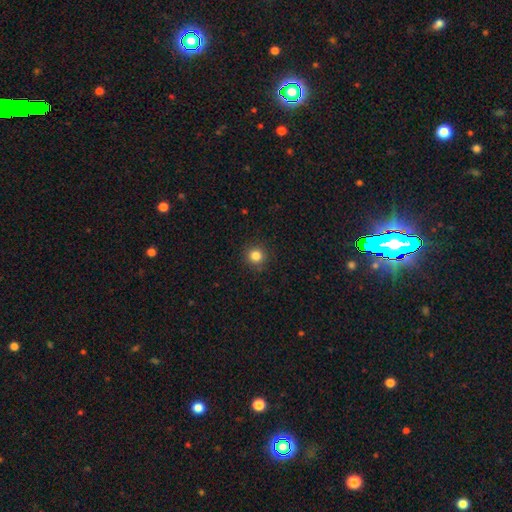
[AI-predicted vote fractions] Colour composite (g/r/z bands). It shows a smooth galaxy with no disk features (84%) that is round (94%). Merging: none (91%).